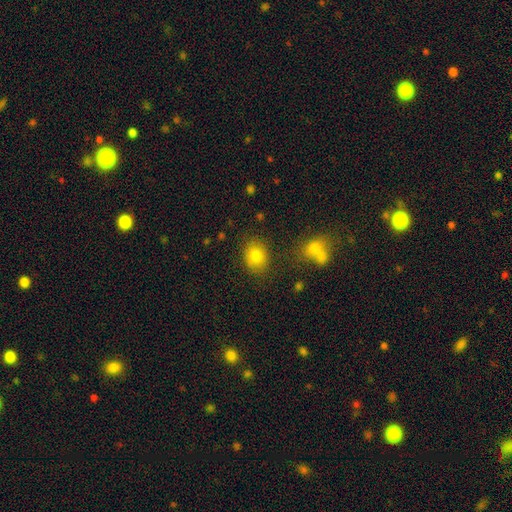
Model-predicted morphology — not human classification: smooth 82%, star or artifact 11%, featured or disk 7%. Down the decision tree: how rounded — round (53%); merging — none (81%).